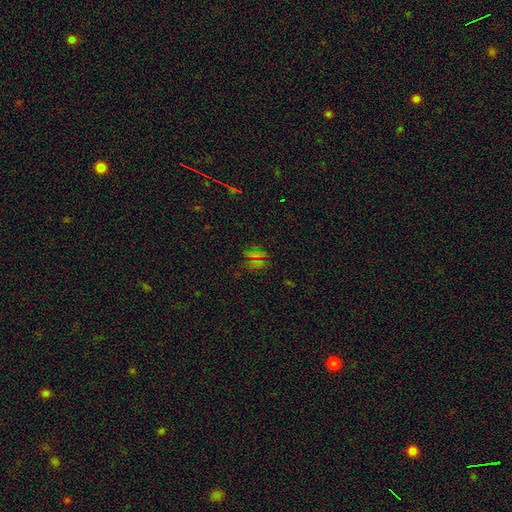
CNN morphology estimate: Smooth or featured: smooth — 48% (star or artifact — 44%)
Merging: none — 79% (minor disturbance — 12%)